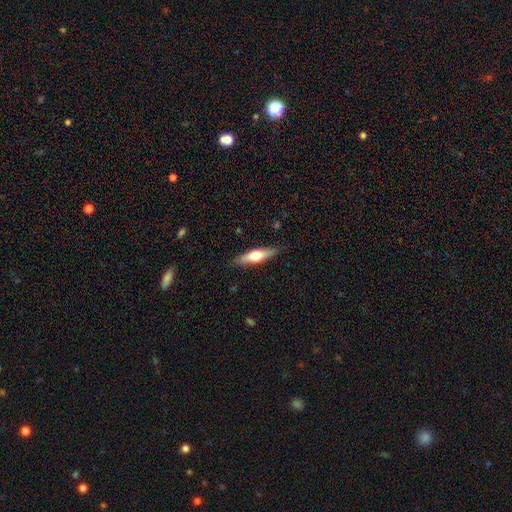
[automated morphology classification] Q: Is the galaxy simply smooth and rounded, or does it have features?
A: smooth — 52%.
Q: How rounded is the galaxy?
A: cigar-shaped — 69%.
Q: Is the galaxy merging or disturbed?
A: none — 87%.